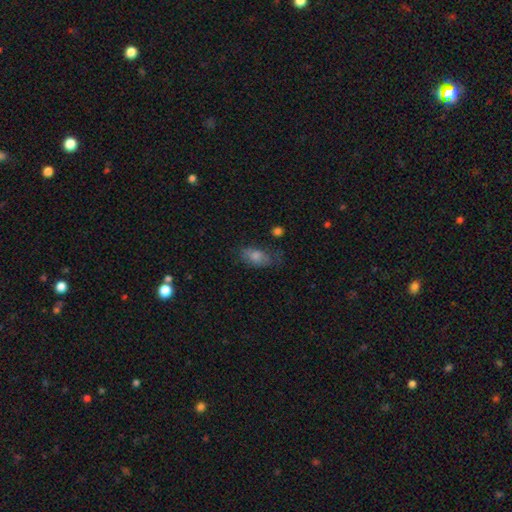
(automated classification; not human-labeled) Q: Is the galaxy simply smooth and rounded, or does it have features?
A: smooth — 57%.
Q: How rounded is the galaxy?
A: in between — 83%.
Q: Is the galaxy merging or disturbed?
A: none — 63%.